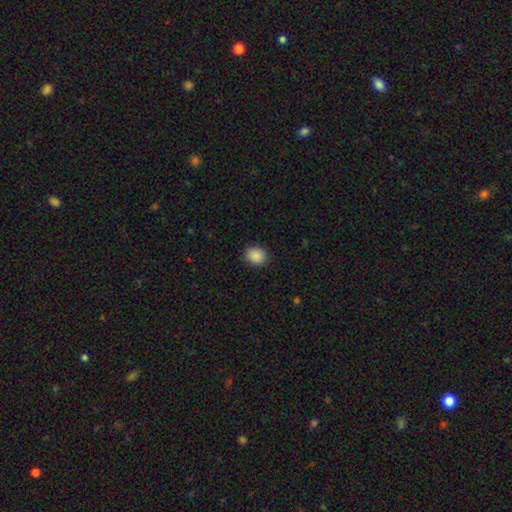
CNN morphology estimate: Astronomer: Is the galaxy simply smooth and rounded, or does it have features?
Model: smooth — 89%.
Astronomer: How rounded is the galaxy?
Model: round — 62% (runner-up: in between, 37%).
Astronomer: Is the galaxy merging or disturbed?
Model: none — 90%.